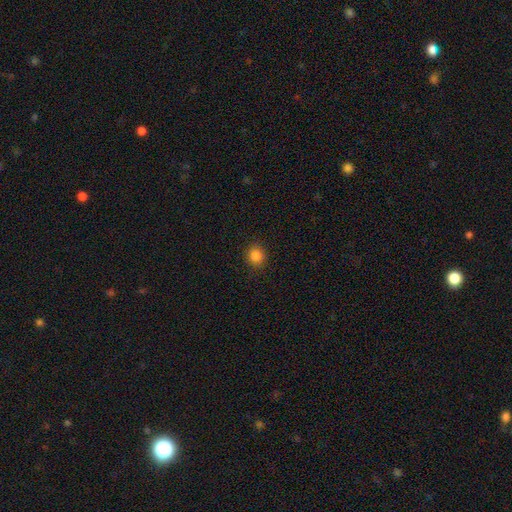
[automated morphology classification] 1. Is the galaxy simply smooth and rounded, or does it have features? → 85% smooth, 12% star or artifact, 4% featured or disk.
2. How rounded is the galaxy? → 81% round, 18% in between, 1% cigar-shaped.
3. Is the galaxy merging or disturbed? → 90% none, 7% minor disturbance, 2% major disturbance, 1% merger.